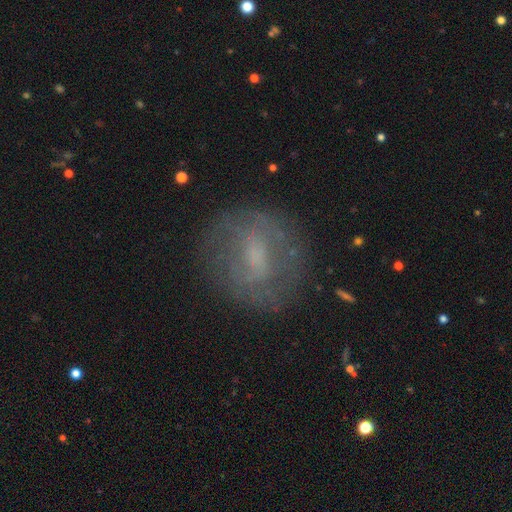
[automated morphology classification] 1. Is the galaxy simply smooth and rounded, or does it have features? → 53% featured or disk, 34% smooth, 12% star or artifact.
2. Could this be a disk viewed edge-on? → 95% no, 5% yes.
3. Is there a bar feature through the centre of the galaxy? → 47% weak, 31% no, 21% strong.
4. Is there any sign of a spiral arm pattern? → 51% yes, 49% no.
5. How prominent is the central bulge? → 41% small, 29% moderate, 25% none, 4% large, 1% dominant.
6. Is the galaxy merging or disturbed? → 77% none, 14% minor disturbance, 8% major disturbance, 1% merger.